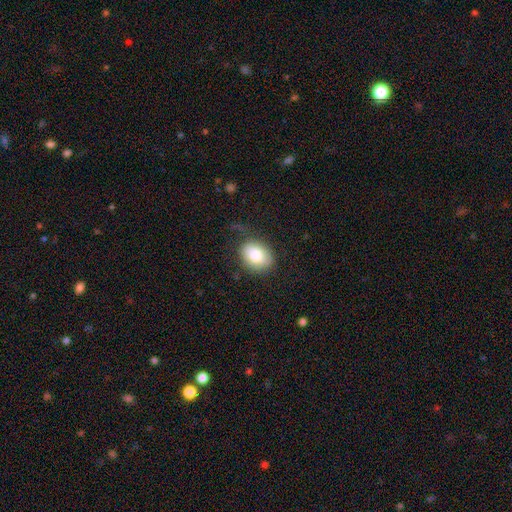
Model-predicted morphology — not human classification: Q: Smooth or featured?
A: smooth (80%); runner-up: featured or disk (12%)
Q: How rounded?
A: in between (64%); runner-up: round (35%)
Q: Merging?
A: none (70%); runner-up: minor disturbance (19%)